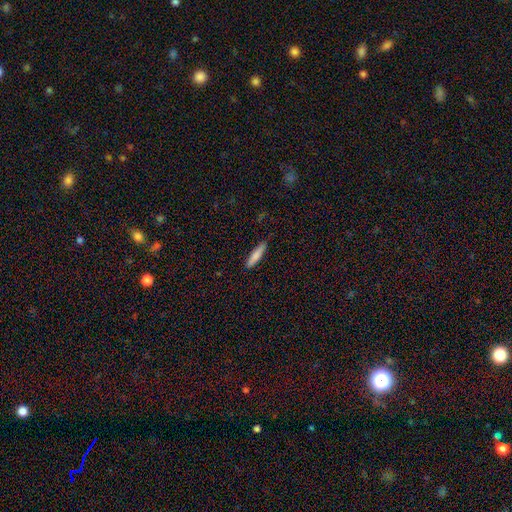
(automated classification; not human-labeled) Smooth or featured? Predicted: smooth (p=0.81). How rounded? Predicted: cigar-shaped (p=0.84). Merging? Predicted: none (p=0.86).